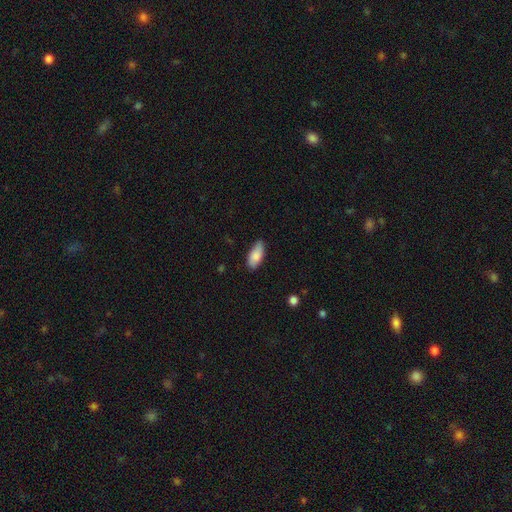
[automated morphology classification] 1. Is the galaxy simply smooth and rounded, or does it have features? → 84% smooth, 9% featured or disk, 6% star or artifact.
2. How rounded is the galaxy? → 88% in between, 10% cigar-shaped, 2% round.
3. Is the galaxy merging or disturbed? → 78% none, 18% minor disturbance, 3% major disturbance, 1% merger.